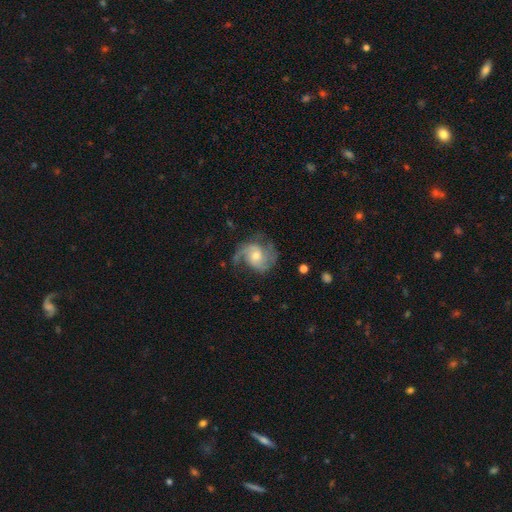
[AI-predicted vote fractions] smooth-or-featured: featured or disk: 81% | smooth: 13% | star or artifact: 6%
  disk-edge-on: no: 98% | yes: 2%
    bar: no: 64% | weak: 31% | strong: 5%
    has-spiral-arms: yes: 95% | no: 5%
      spiral-winding: medium: 47% | loose: 29% | tight: 23%
      spiral-arm-count: 2: 75% | can't tell: 8% | 1: 8% | 3: 6% | 4: 2% | more than 4: 2%
    bulge-size: moderate: 59% | small: 31% | large: 6% | none: 2% | dominant: 1%
  merging: none: 61% | minor disturbance: 22% | major disturbance: 16% | merger: 2%